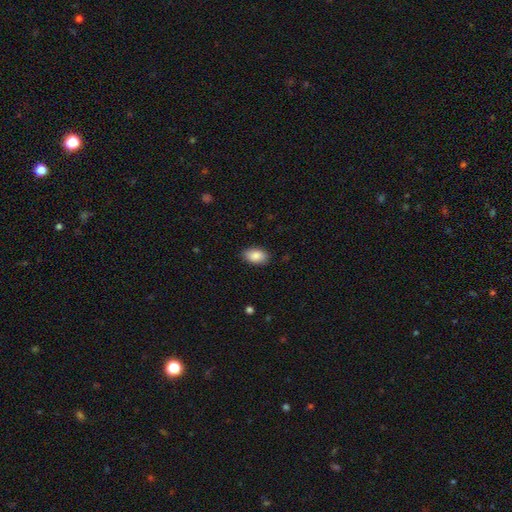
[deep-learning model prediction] Smooth or featured? smooth (88%)
How rounded? in between (92%)
Merging? none (87%)